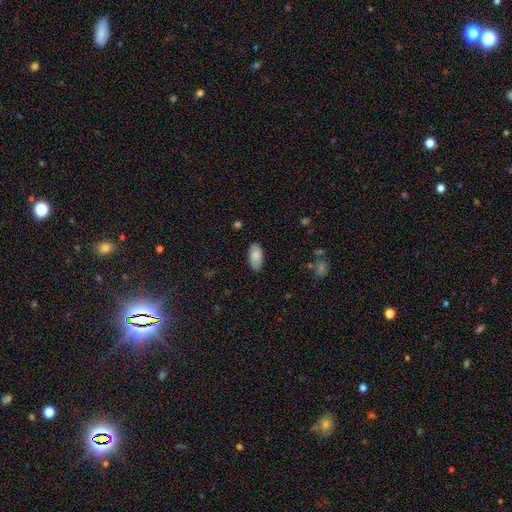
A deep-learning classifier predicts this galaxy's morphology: Q: Smooth or featured?
A: smooth (85%); runner-up: featured or disk (8%)
Q: How rounded?
A: in between (94%); runner-up: cigar-shaped (4%)
Q: Merging?
A: none (85%); runner-up: minor disturbance (12%)